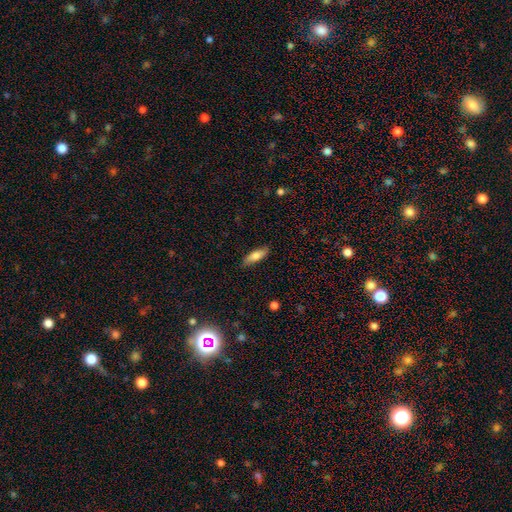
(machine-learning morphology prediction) A smooth galaxy with no disk features (77%) that is in between round and cigar-shaped (52%).

Vote fractions:
- Smooth or featured? smooth: 77% / featured or disk: 17% / star or artifact: 6%
- How rounded? in between: 52% / cigar-shaped: 46% / round: 2%
- Merging? none: 85% / minor disturbance: 12% / major disturbance: 2% / merger: 1%